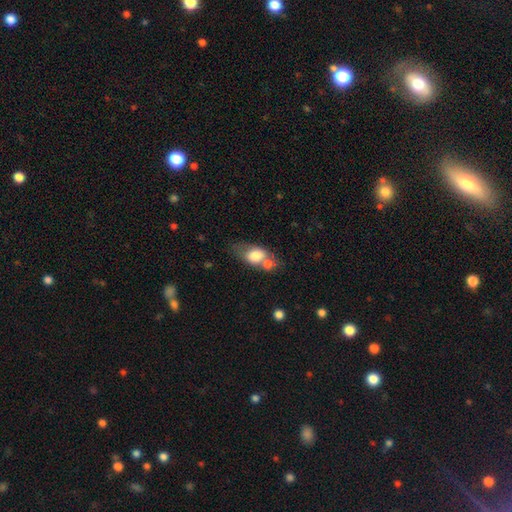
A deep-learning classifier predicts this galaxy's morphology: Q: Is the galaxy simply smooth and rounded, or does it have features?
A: smooth — 71%.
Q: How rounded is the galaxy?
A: in between — 80%.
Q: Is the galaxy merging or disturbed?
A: merger — 38%.